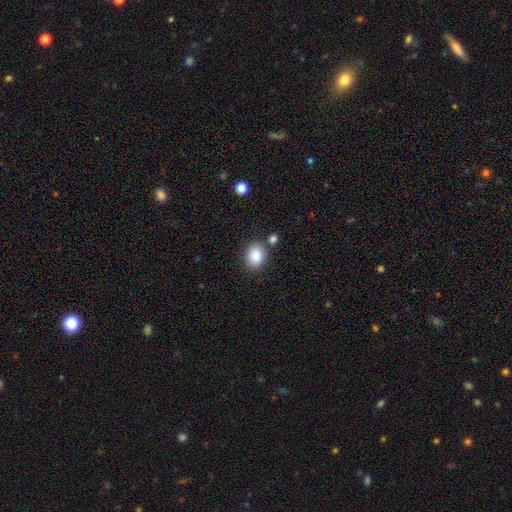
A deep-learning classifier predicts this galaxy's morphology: A smooth galaxy with no disk features (85%) that is in between round and cigar-shaped (57%).

Vote fractions:
- Smooth or featured? smooth: 85% / star or artifact: 9% / featured or disk: 7%
- How rounded? in between: 57% / round: 42% / cigar-shaped: 1%
- Merging? none: 78% / minor disturbance: 11% / merger: 8% / major disturbance: 3%